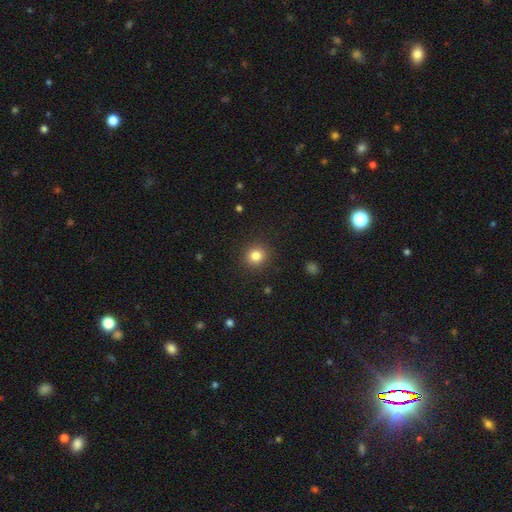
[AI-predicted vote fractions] Overall: smooth (82%). How rounded: round (89%). Merging: none (91%).